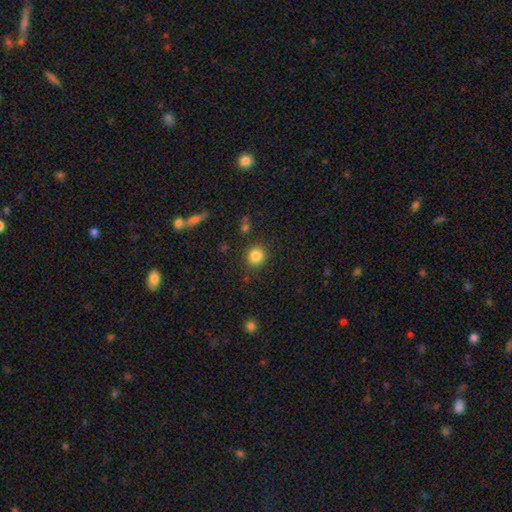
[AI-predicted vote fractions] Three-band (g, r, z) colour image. It shows a smooth galaxy with no disk features (84%) that is round (88%). Merging: none (86%).